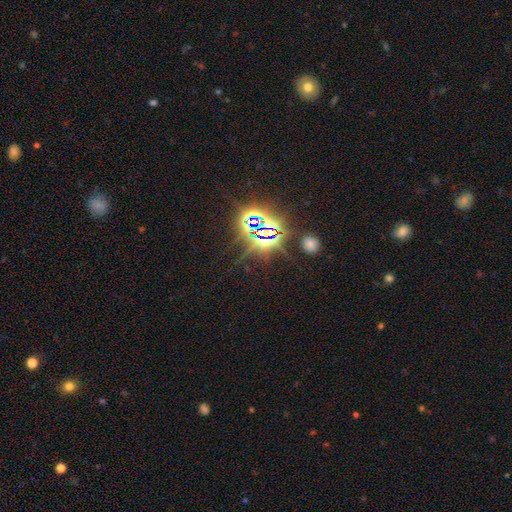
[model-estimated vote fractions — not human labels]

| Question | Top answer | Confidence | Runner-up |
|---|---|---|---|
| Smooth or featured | star or artifact | 79% | smooth (13%) |